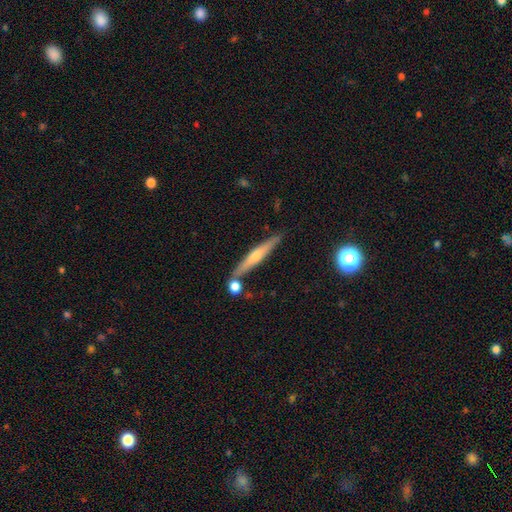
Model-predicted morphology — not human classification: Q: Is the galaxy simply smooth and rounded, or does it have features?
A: featured or disk — 65%.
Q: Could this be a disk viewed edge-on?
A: yes — 96%.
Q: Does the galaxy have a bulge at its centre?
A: rounded — 80%.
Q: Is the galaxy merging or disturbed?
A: none — 81%.